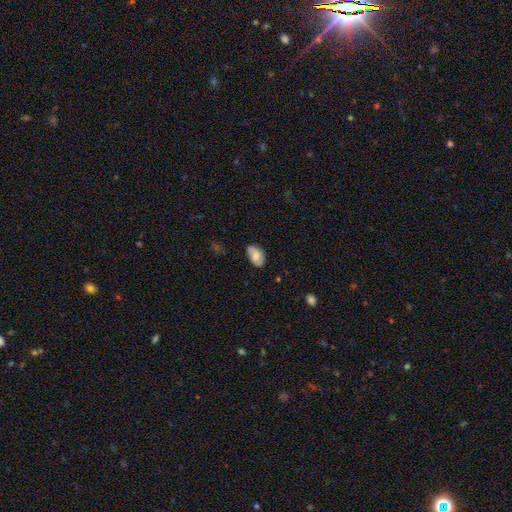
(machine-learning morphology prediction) This is likely a smooth galaxy (66%). How rounded: clearly in between (91%). Merging: likely none (73%).